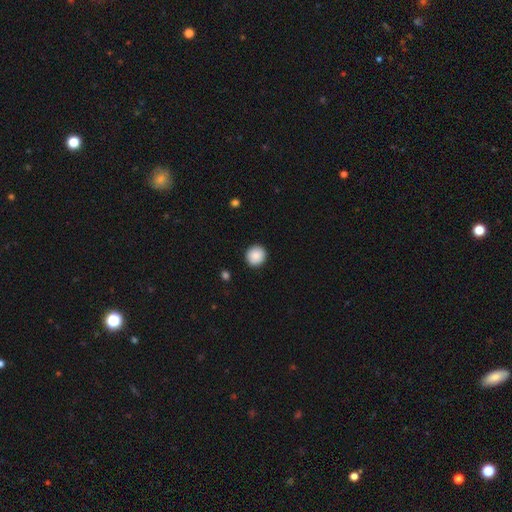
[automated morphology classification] The model was most divided on "smooth or featured": smooth: 89%, star or artifact: 7%, featured or disk: 3%. More confident: merging — none (92%); how rounded — round (92%).